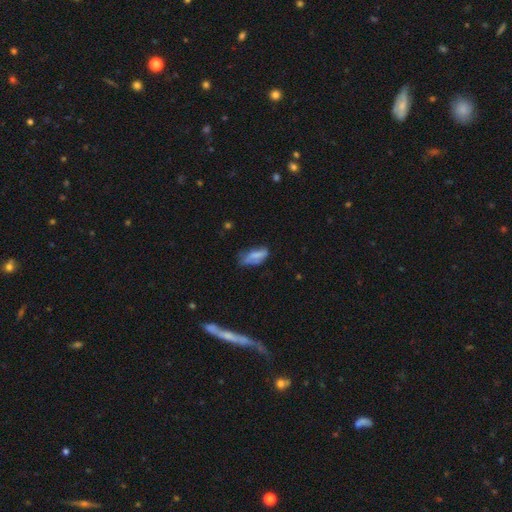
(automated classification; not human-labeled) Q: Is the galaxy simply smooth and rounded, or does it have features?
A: smooth — 64%.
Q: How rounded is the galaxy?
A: in between — 80%.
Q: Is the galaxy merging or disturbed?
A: none — 40%.